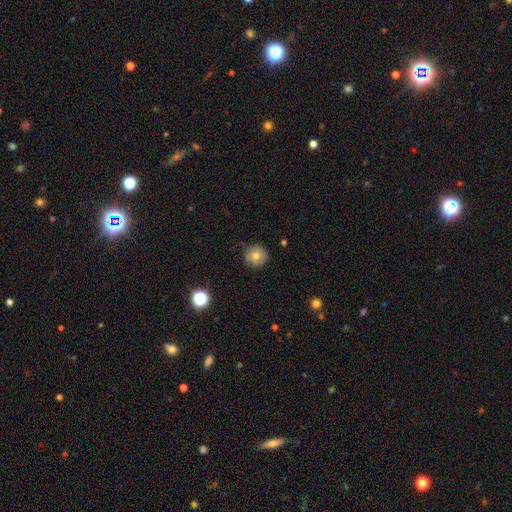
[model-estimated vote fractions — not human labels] A smooth galaxy with no disk features (70%) that is round (93%).

Vote fractions:
- Smooth or featured? smooth: 70% / featured or disk: 19% / star or artifact: 11%
- How rounded? round: 93% / in between: 6% / cigar-shaped: 1%
- Merging? none: 83% / minor disturbance: 13% / major disturbance: 3% / merger: 1%